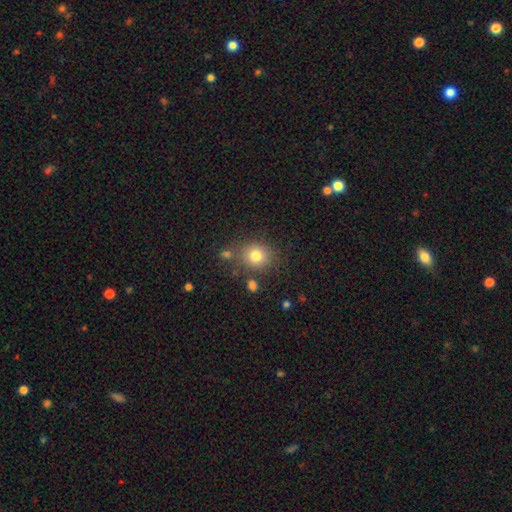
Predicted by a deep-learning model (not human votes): smooth 78%, star or artifact 13%, featured or disk 9%. Down the decision tree: how rounded — round (78%); merging — none (77%).